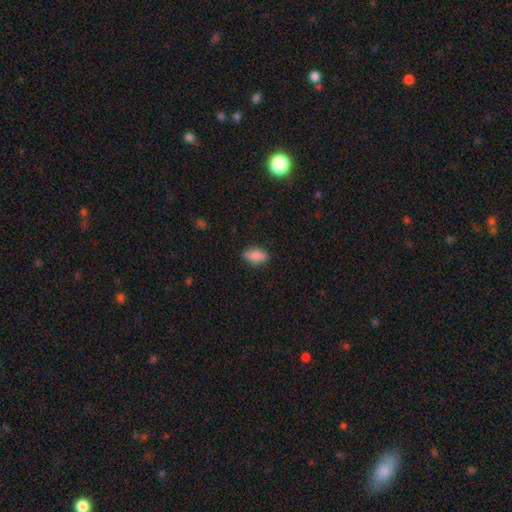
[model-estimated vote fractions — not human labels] Smooth or featured? smooth (88%)
How rounded? in between (89%)
Merging? none (84%)